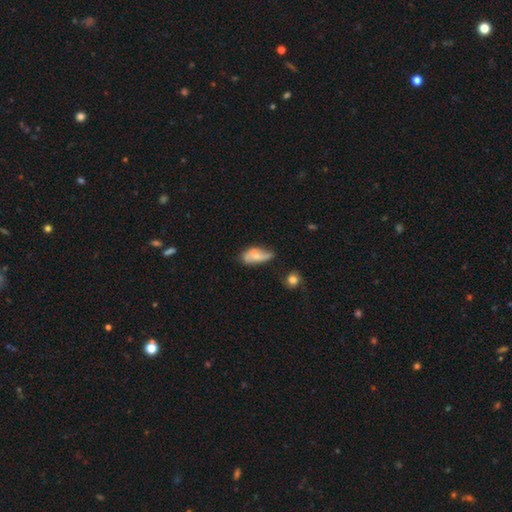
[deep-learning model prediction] A smooth galaxy with no disk features (59%) that is in between round and cigar-shaped (88%). Merging: none (42%).